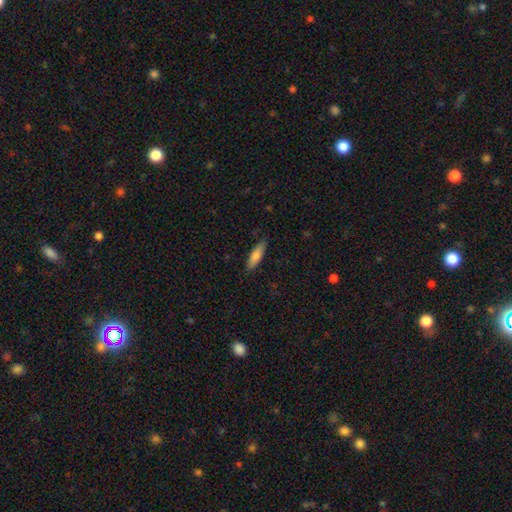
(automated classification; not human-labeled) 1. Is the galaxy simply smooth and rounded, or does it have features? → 78% smooth, 16% featured or disk, 6% star or artifact.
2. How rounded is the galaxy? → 63% cigar-shaped, 35% in between, 2% round.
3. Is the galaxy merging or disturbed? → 87% none, 10% minor disturbance, 2% major disturbance, 1% merger.